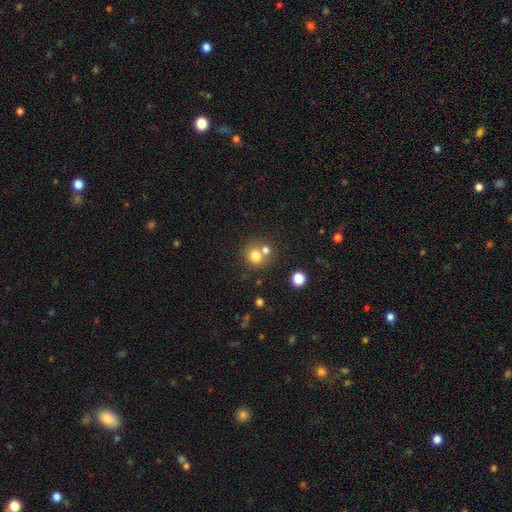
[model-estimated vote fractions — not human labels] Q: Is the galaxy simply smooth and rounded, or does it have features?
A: smooth — 76%.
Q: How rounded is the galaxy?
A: round — 84%.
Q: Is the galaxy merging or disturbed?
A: none — 51%.